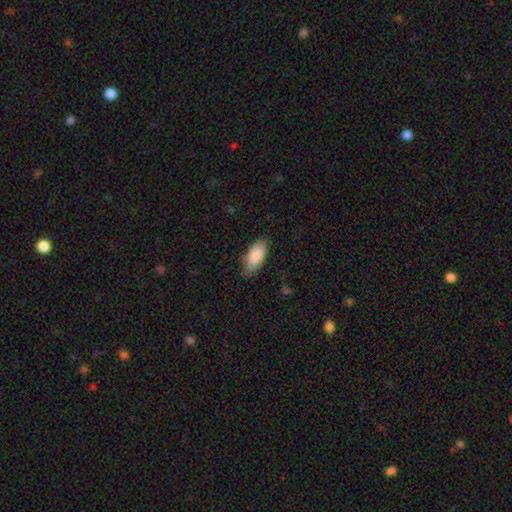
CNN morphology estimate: A smooth galaxy with no disk features (88%) that is in between round and cigar-shaped (91%).

Vote fractions:
- Smooth or featured? smooth: 88% / featured or disk: 6% / star or artifact: 6%
- How rounded? in between: 91% / cigar-shaped: 8% / round: 2%
- Merging? none: 76% / minor disturbance: 19% / major disturbance: 4% / merger: 1%